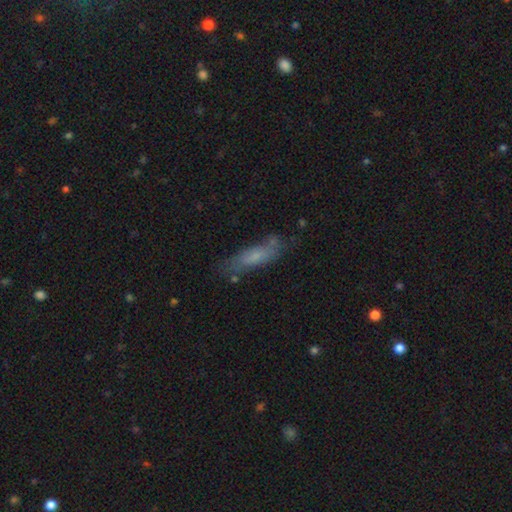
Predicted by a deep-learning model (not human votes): A smooth galaxy with no disk features (59%) that is cigar-shaped (62%). Merging: none (65%).